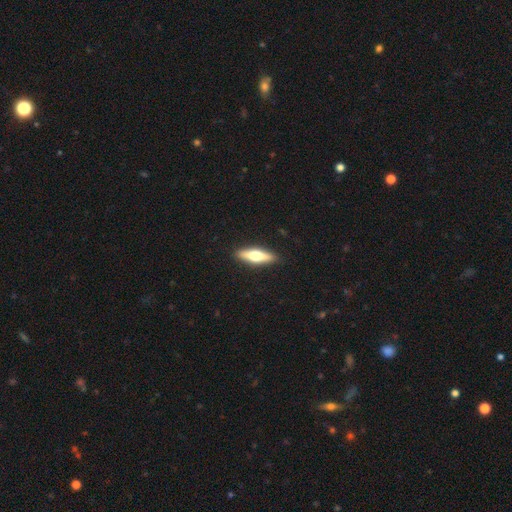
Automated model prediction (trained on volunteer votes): Q: Smooth or featured?
A: featured or disk (48%); runner-up: smooth (46%)
Q: Merging?
A: none (91%); runner-up: minor disturbance (7%)